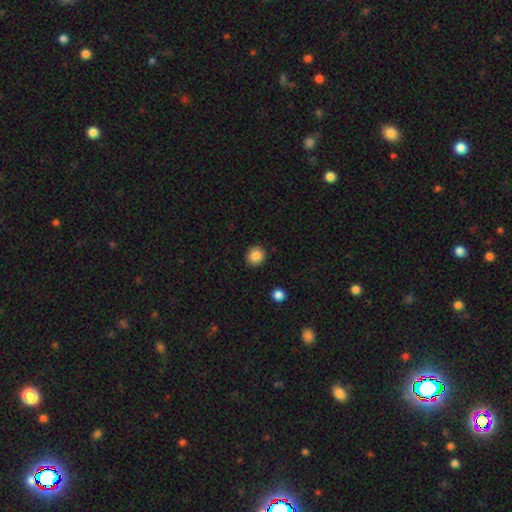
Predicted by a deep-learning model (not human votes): Smooth or featured: smooth — 87% (star or artifact — 9%)
How rounded: round — 83% (in between — 16%)
Merging: none — 91% (minor disturbance — 6%)